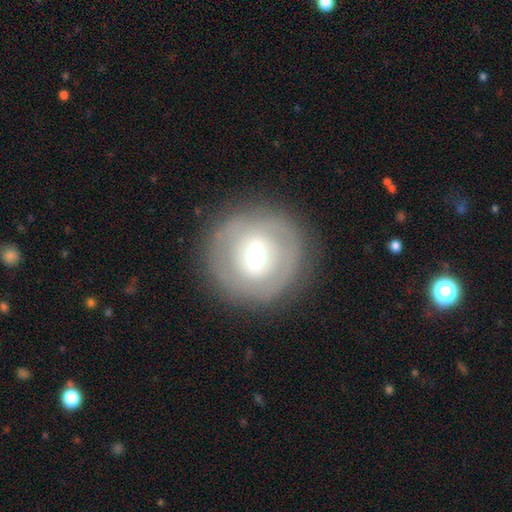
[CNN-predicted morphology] Smooth or featured? featured or disk (54%)
Edge-on disk? no (95%)
Bar? no (41%, tied with weak)
Spiral arms? no (63%)
Bulge size? moderate (67%)
Merging? none (84%)